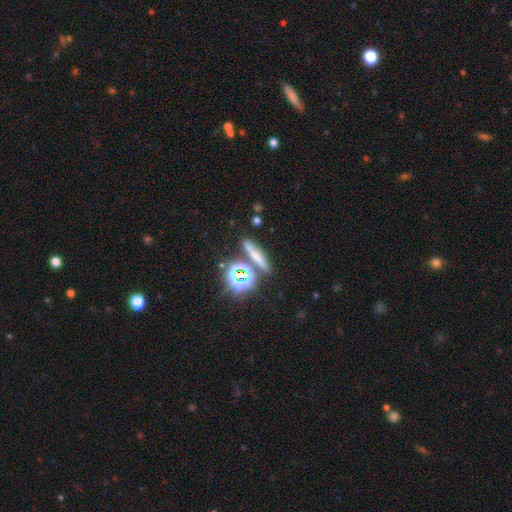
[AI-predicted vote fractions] smooth-or-featured: smooth: 54% | star or artifact: 28% | featured or disk: 18%
  how-rounded: cigar-shaped: 62% | round: 21% | in between: 18%
  merging: none: 76% | merger: 10% | minor disturbance: 9% | major disturbance: 4%